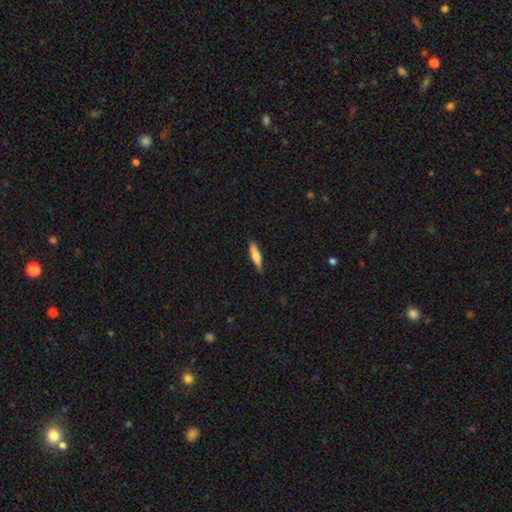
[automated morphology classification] A smooth galaxy with no disk features (71%) that is cigar-shaped (77%).

Vote fractions:
- Smooth or featured? smooth: 71% / featured or disk: 24% / star or artifact: 6%
- How rounded? cigar-shaped: 77% / in between: 22% / round: 2%
- Merging? none: 84% / minor disturbance: 13% / major disturbance: 2% / merger: 1%